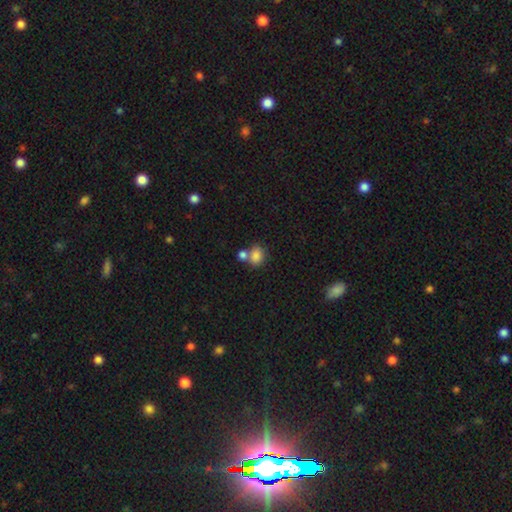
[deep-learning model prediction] A smooth galaxy with no disk features (82%) that is in between round and cigar-shaped (53%).

Vote fractions:
- Smooth or featured? smooth: 82% / star or artifact: 10% / featured or disk: 8%
- How rounded? in between: 53% / round: 46% / cigar-shaped: 1%
- Merging? none: 44% / merger: 41% / minor disturbance: 11% / major disturbance: 5%